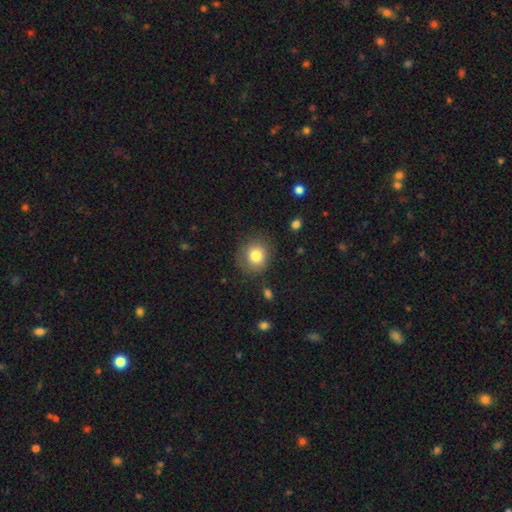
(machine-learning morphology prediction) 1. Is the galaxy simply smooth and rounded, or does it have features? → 80% smooth, 10% star or artifact, 9% featured or disk.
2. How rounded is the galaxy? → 84% round, 15% in between, 1% cigar-shaped.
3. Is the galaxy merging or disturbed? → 80% none, 13% minor disturbance, 5% major disturbance, 2% merger.